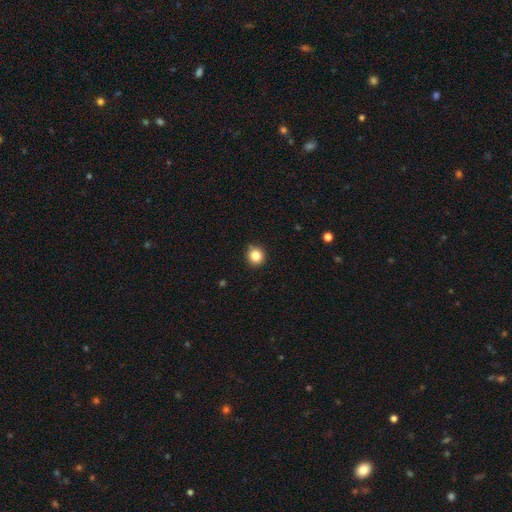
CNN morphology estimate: The model was most divided on "smooth or featured": smooth: 84%, star or artifact: 11%, featured or disk: 5%. More confident: how rounded — round (92%); merging — none (86%).